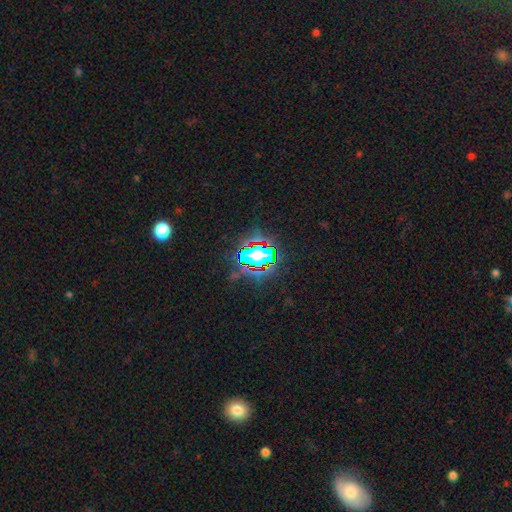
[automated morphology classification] A star or artifact, not a galaxy (64%).